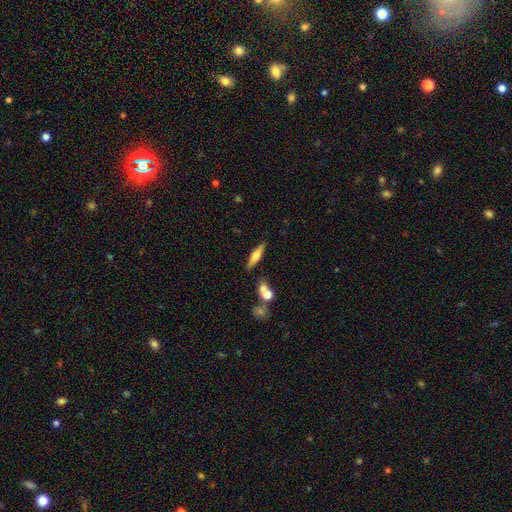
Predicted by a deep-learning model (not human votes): smooth_or_featured: smooth (p=0.47) [alt: featured or disk p=0.46]
merging: none (p=0.79) [alt: minor disturbance p=0.11]